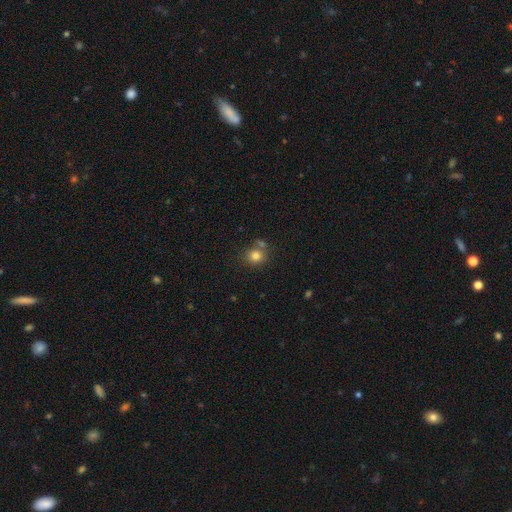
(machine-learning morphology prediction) smooth-or-featured: smooth: 80% | star or artifact: 12% | featured or disk: 8%
  how-rounded: round: 82% | in between: 17% | cigar-shaped: 1%
  merging: none: 64% | merger: 21% | minor disturbance: 11% | major disturbance: 4%